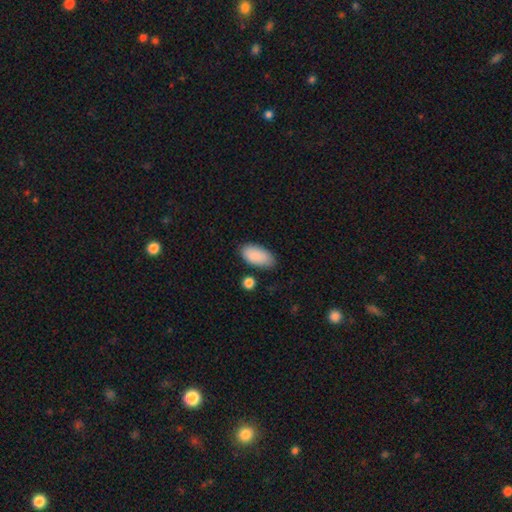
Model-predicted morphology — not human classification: smooth 89%, star or artifact 6%, featured or disk 5%. Down the decision tree: how rounded — in between (94%); merging — none (78%).